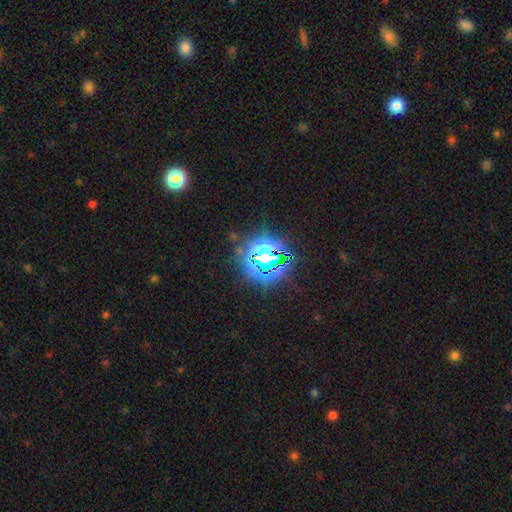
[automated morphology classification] Smooth or featured? star or artifact (73%)